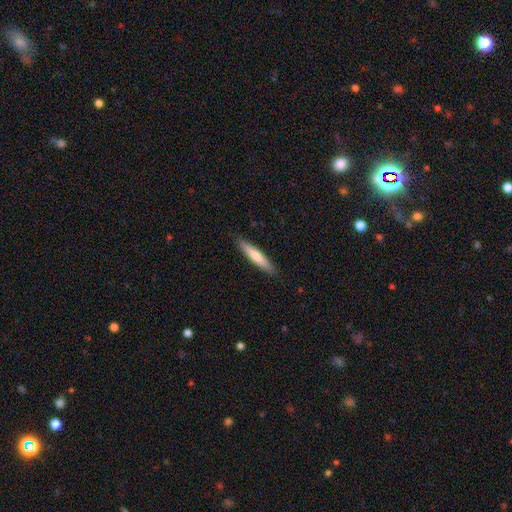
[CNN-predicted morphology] Smooth or featured? smooth (67%)
How rounded? cigar-shaped (89%)
Merging? none (90%)